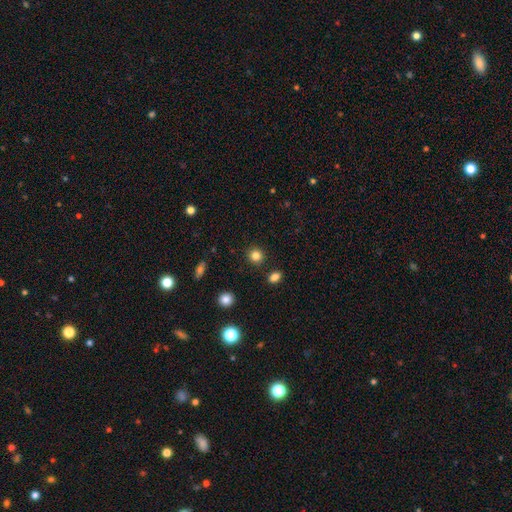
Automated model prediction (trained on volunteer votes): smooth_or_featured: smooth (p=0.83) [alt: star or artifact p=0.12]
how_rounded: round (p=0.87) [alt: in between p=0.12]
merging: none (p=0.88) [alt: minor disturbance p=0.06]